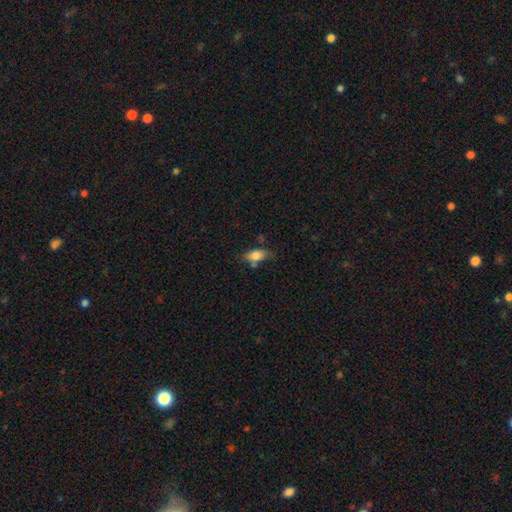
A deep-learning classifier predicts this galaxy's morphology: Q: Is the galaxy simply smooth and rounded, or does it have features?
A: smooth — 78%.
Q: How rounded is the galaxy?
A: in between — 84%.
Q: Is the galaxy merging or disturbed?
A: none — 61%.